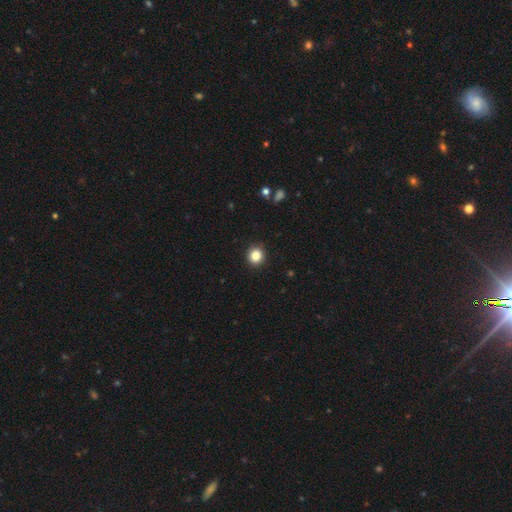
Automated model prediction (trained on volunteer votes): Overall: smooth (86%). How rounded: round (87%). Merging: none (92%).